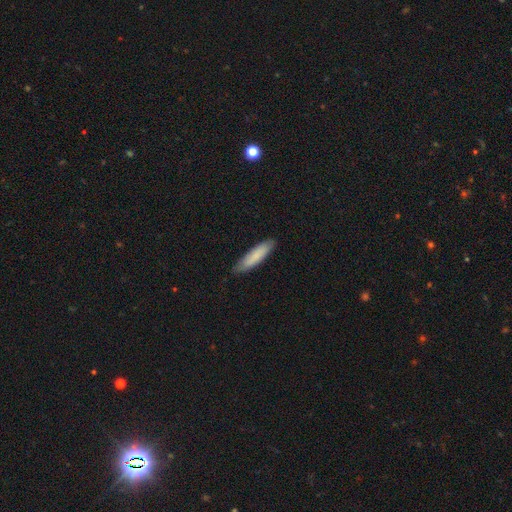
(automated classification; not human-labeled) Smooth or featured? Predicted: smooth (p=0.79). How rounded? Predicted: cigar-shaped (p=0.75). Merging? Predicted: none (p=0.83).